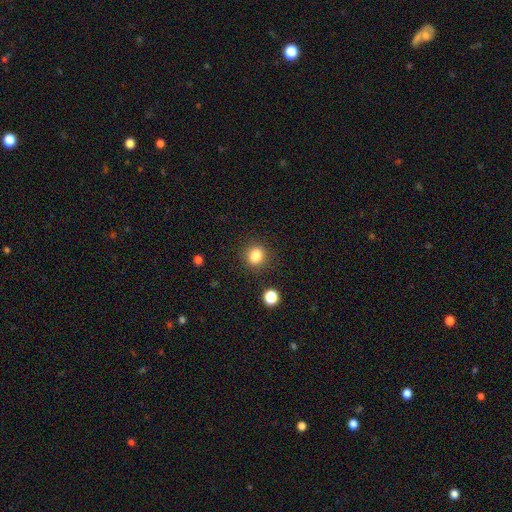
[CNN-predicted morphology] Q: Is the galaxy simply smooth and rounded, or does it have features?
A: smooth — 84%.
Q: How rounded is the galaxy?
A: round — 77%.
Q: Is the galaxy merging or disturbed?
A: none — 87%.